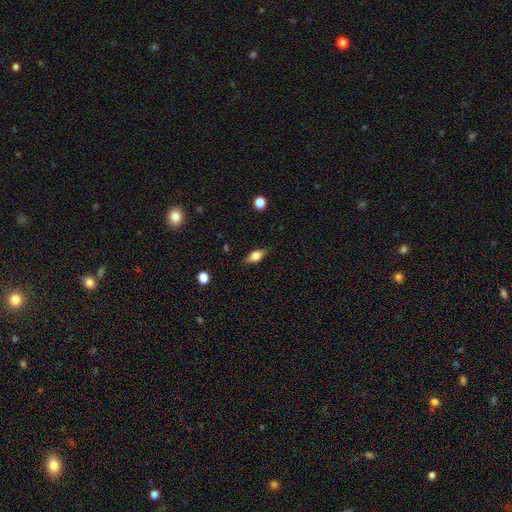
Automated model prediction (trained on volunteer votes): Q: Smooth or featured?
A: smooth (66%); runner-up: featured or disk (26%)
Q: How rounded?
A: in between (78%); runner-up: cigar-shaped (15%)
Q: Merging?
A: none (83%); runner-up: minor disturbance (13%)